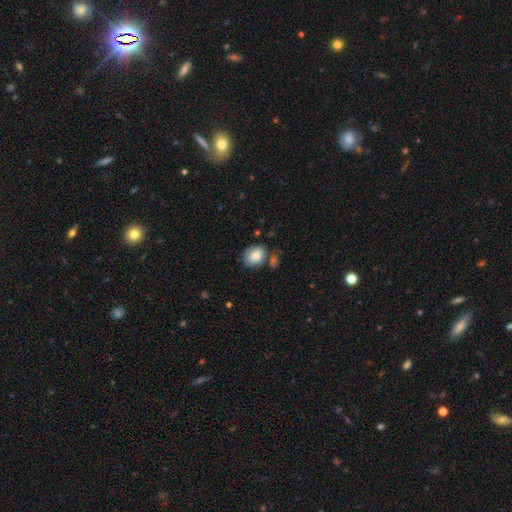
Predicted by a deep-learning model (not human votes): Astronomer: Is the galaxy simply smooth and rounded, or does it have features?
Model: smooth — 78%.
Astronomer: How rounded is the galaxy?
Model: in between — 61% (runner-up: round, 38%).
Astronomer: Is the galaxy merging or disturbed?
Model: none — 57%.